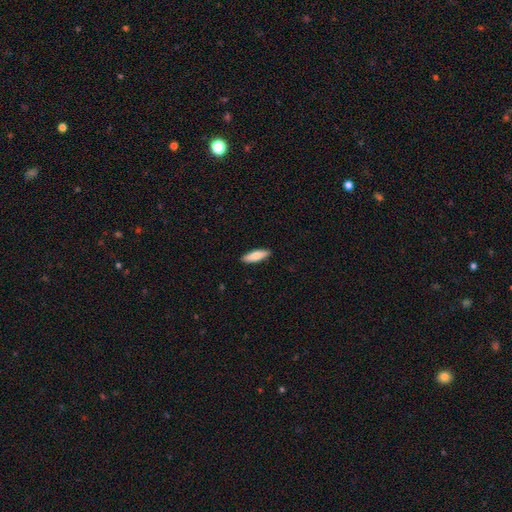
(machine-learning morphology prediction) smooth_or_featured: smooth (p=0.83) [alt: featured or disk p=0.12]
how_rounded: in between (p=0.51) [alt: cigar-shaped p=0.47]
merging: none (p=0.91) [alt: minor disturbance p=0.07]